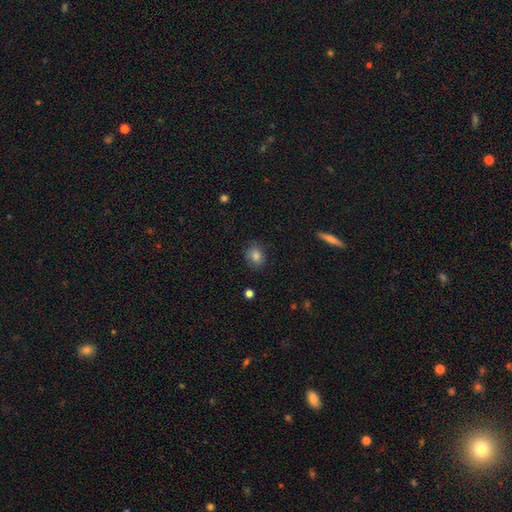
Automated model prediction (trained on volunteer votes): smooth-or-featured: smooth: 77% | featured or disk: 12% | star or artifact: 11%
  how-rounded: round: 57% | in between: 42% | cigar-shaped: 1%
  merging: none: 80% | minor disturbance: 15% | major disturbance: 4% | merger: 1%